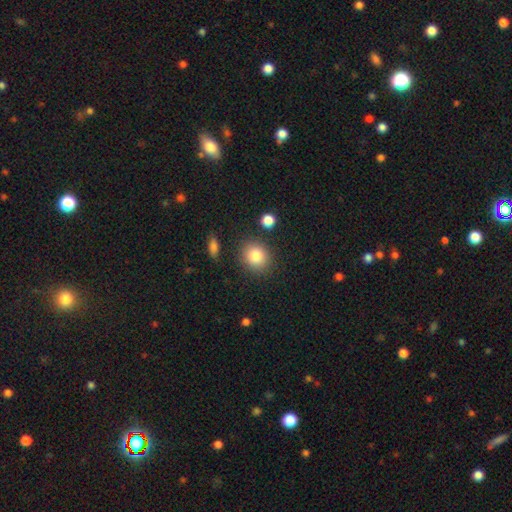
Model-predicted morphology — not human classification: type=smooth (85%); roundness=round (75%); merging=none (84%).